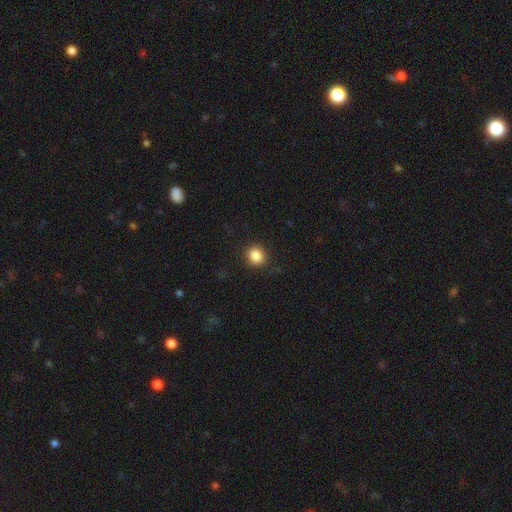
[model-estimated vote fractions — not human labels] Overall: smooth (86%). How rounded: round (79%). Merging: none (89%).